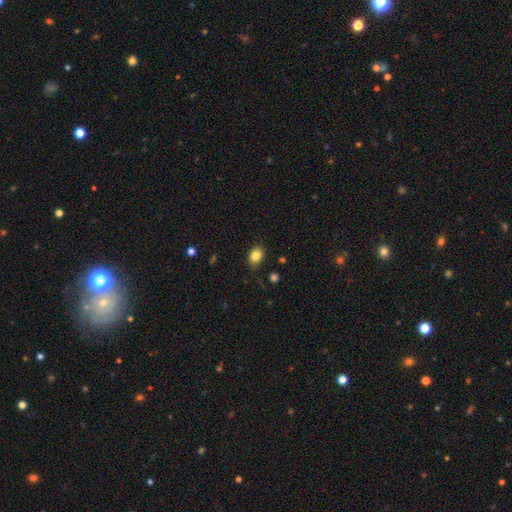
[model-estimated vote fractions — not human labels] Smooth or featured? Predicted: smooth (p=0.83). How rounded? Predicted: in between (p=0.62). Merging? Predicted: none (p=0.82).